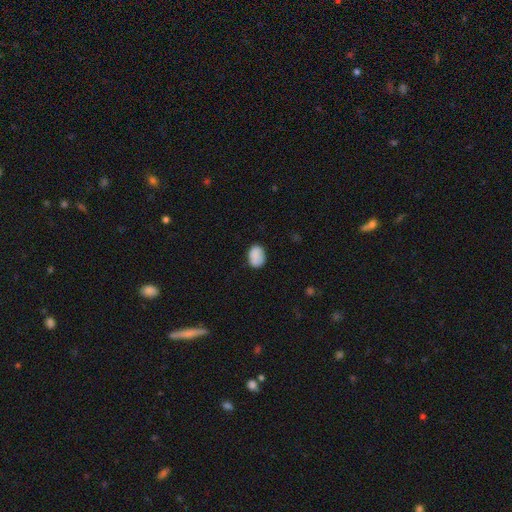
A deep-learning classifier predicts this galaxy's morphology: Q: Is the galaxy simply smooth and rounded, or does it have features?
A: smooth — 86%.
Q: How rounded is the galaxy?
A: in between — 76%.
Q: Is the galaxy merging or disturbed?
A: none — 76%.